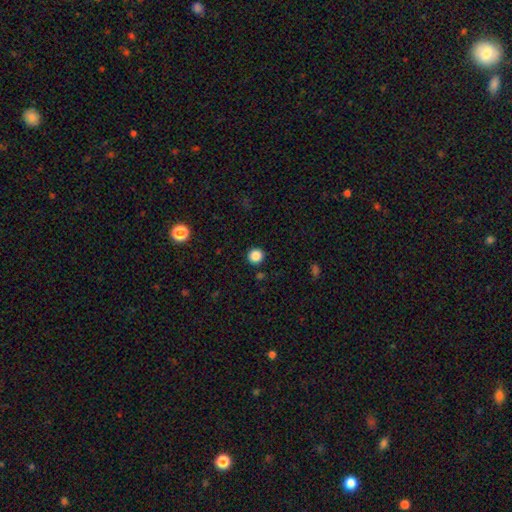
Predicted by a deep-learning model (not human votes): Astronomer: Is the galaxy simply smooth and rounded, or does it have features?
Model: smooth — 86%.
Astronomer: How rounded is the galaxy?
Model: round — 95%.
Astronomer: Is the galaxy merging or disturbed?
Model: none — 92%.